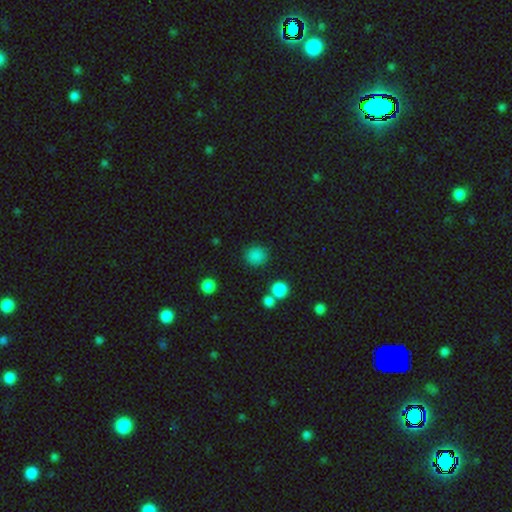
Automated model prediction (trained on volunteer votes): This appears to be a smooth galaxy with no disk features (84%) that is round (88%). Merging: none (84%).